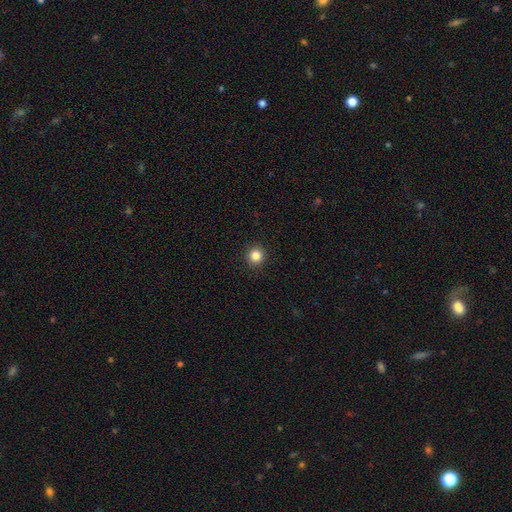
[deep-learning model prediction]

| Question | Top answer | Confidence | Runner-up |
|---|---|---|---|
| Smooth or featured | smooth | 84% | star or artifact (11%) |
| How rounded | round | 94% | in between (5%) |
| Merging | none | 93% | minor disturbance (5%) |